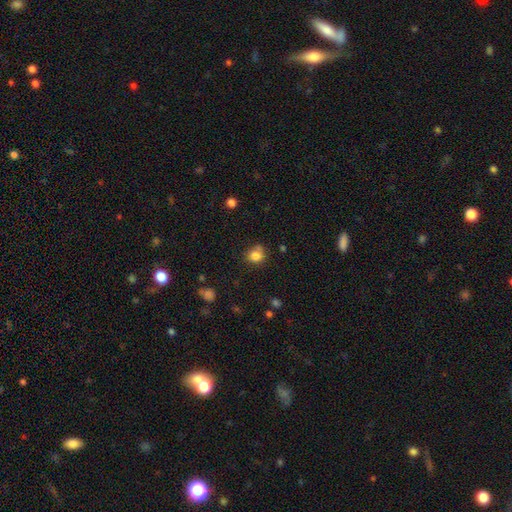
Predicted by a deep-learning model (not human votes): smooth 82%, star or artifact 11%, featured or disk 6%. Down the decision tree: how rounded — round (76%); merging — none (62%).